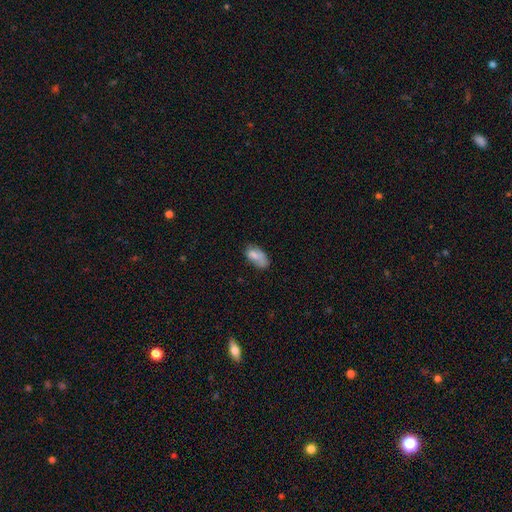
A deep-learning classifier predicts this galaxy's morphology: Smooth or featured: smooth — 75% (featured or disk — 16%)
How rounded: in between — 92% (round — 4%)
Merging: none — 43% (minor disturbance — 32%)